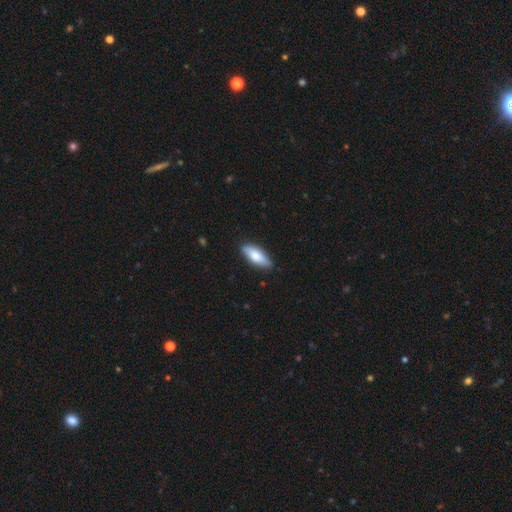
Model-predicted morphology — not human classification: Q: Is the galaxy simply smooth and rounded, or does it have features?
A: smooth — 76%.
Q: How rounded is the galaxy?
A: in between — 68%.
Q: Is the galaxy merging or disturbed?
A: none — 85%.